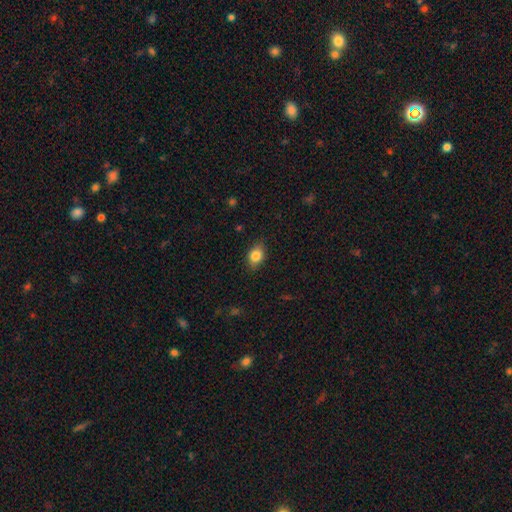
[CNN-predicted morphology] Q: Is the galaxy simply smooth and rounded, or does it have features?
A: smooth — 83%.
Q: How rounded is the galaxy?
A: in between — 76%.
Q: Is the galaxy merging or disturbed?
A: none — 84%.